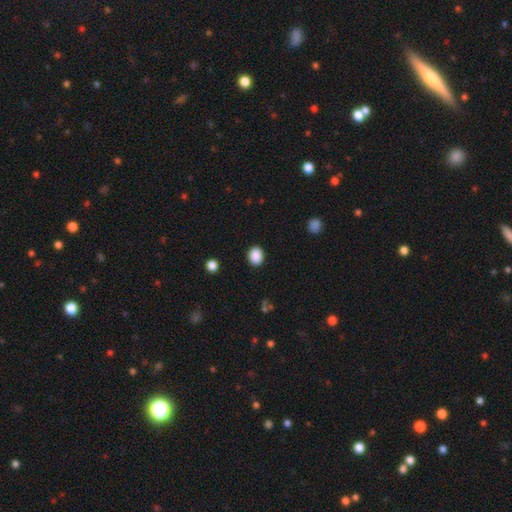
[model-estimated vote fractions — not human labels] Q: Smooth or featured?
A: smooth (89%); runner-up: star or artifact (9%)
Q: How rounded?
A: round (50%); runner-up: in between (49%)
Q: Merging?
A: none (89%); runner-up: minor disturbance (7%)